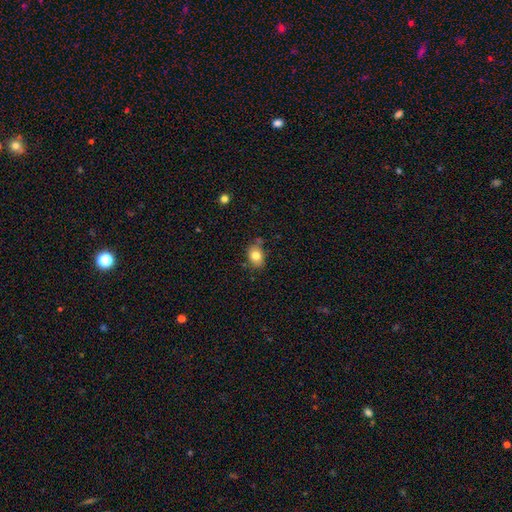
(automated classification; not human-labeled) Smooth or featured? Predicted: smooth (p=0.81). How rounded? Predicted: in between (p=0.69). Merging? Predicted: none (p=0.75).